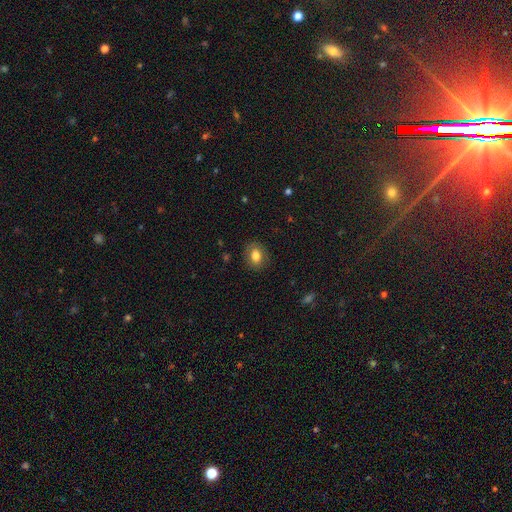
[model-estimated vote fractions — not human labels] Q: Smooth or featured?
A: smooth (80%); runner-up: featured or disk (11%)
Q: How rounded?
A: in between (57%); runner-up: round (42%)
Q: Merging?
A: none (86%); runner-up: minor disturbance (10%)